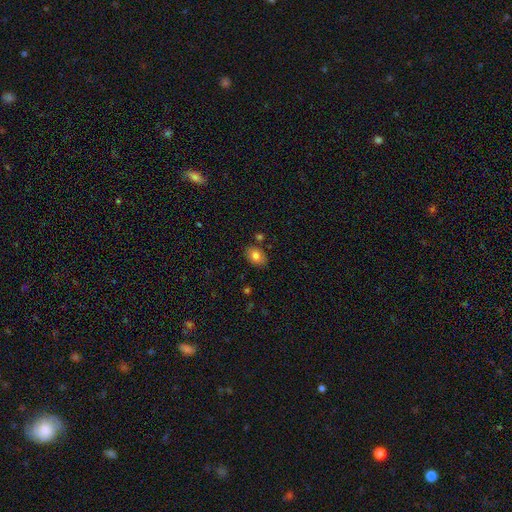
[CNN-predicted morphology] Smooth or featured? smooth (80%)
How rounded? in between (78%)
Merging? none (81%)